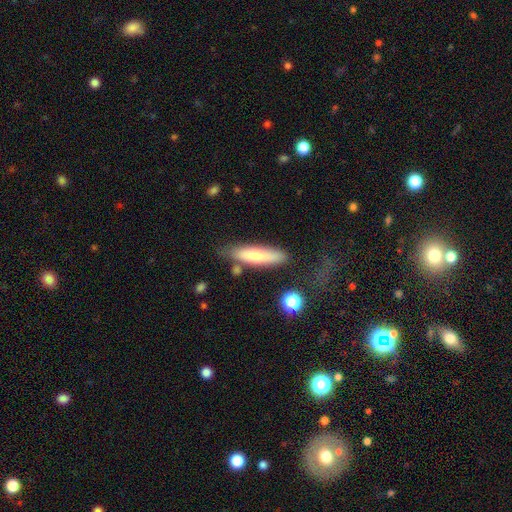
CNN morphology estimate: Q: Smooth or featured?
A: smooth (71%); runner-up: featured or disk (22%)
Q: How rounded?
A: cigar-shaped (74%); runner-up: in between (24%)
Q: Merging?
A: none (72%); runner-up: minor disturbance (17%)